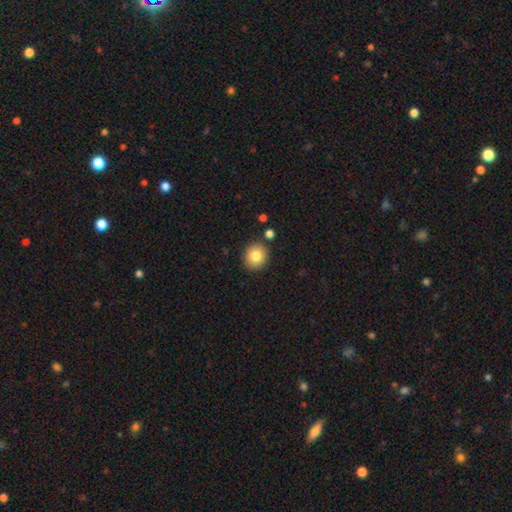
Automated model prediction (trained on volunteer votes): This appears to be a smooth galaxy with no disk features (82%) that is round (84%). Merging: none (87%).